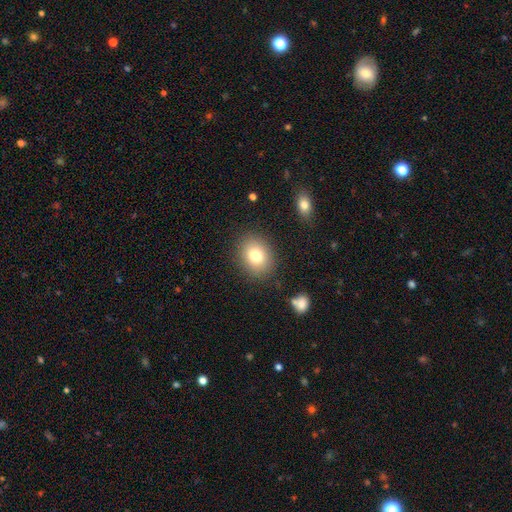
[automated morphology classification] Smooth or featured? smooth (78%)
How rounded? round (50%)
Merging? none (86%)